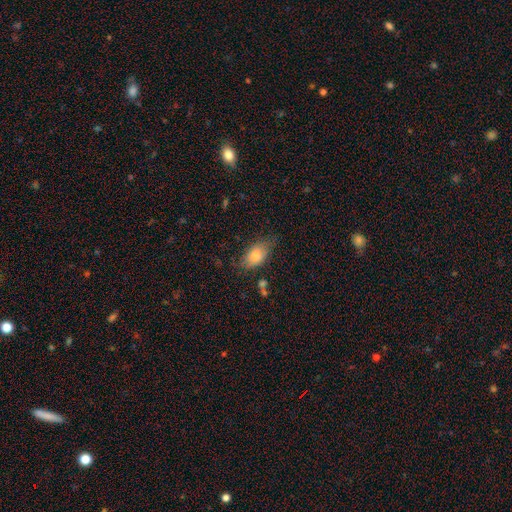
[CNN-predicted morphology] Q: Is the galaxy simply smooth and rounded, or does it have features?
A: smooth — 76%.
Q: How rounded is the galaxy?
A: in between — 89%.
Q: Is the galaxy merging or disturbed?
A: none — 61%.